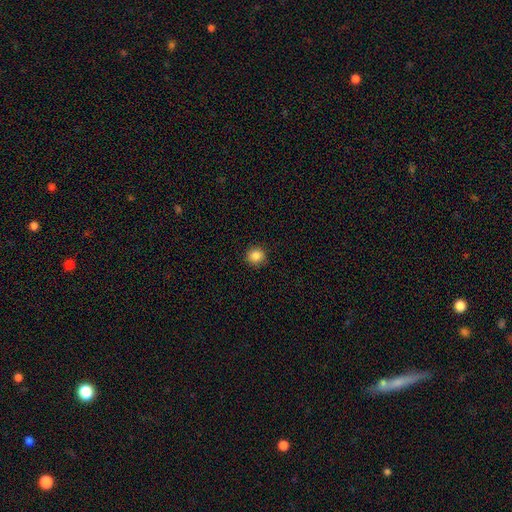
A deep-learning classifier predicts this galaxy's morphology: A smooth galaxy with no disk features (86%) that is round (89%). Merging: none (91%).